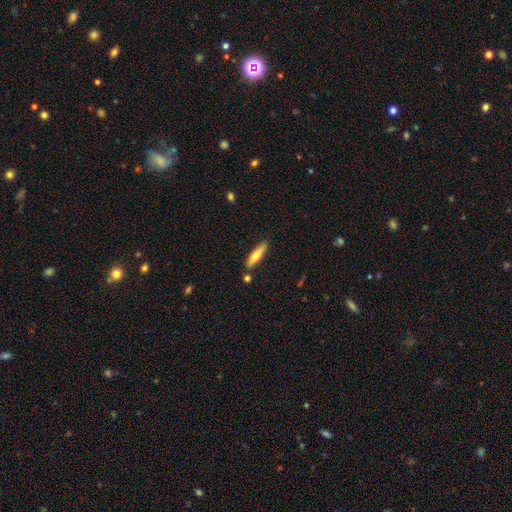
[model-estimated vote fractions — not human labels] A smooth galaxy with no disk features (61%) that is cigar-shaped (73%). Merging: none (82%).